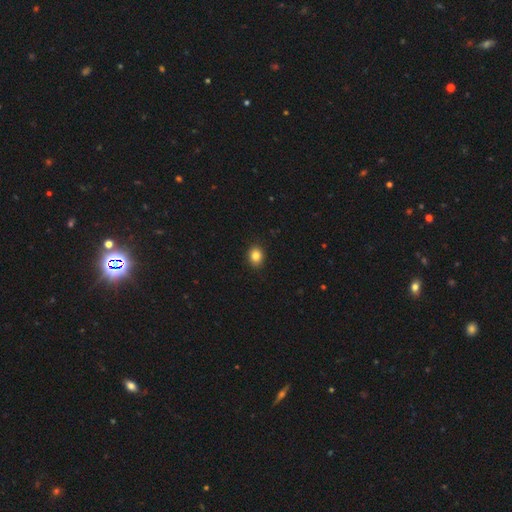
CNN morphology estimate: This is clearly a smooth galaxy (84%). How rounded: possibly round (52%). Merging: clearly none (91%).